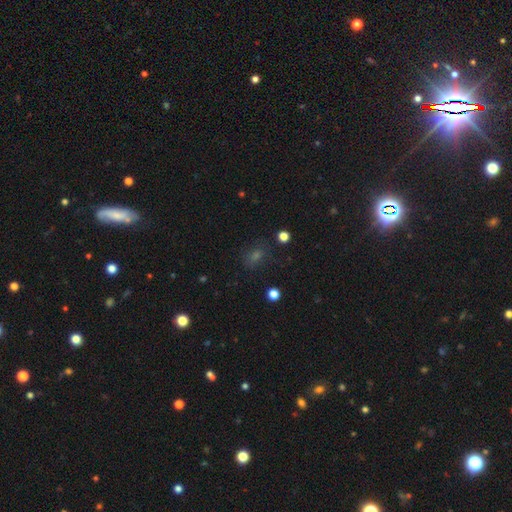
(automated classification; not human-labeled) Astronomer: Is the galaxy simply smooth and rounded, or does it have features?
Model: smooth — 49% (runner-up: star or artifact, 38%).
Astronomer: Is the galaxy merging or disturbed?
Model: none — 75%.